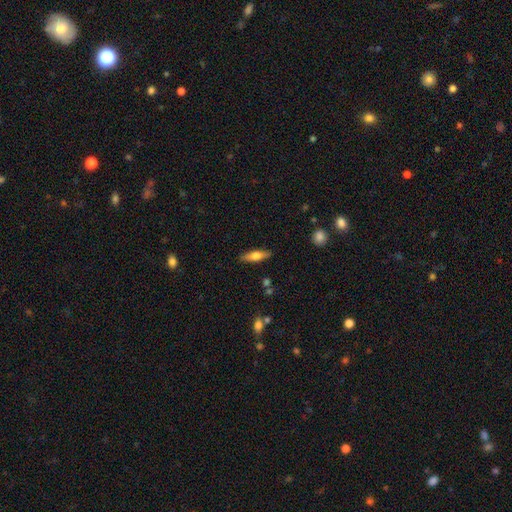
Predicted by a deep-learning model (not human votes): This appears to be a smooth galaxy with no disk features (57%) that is cigar-shaped (59%). Merging: none (87%).